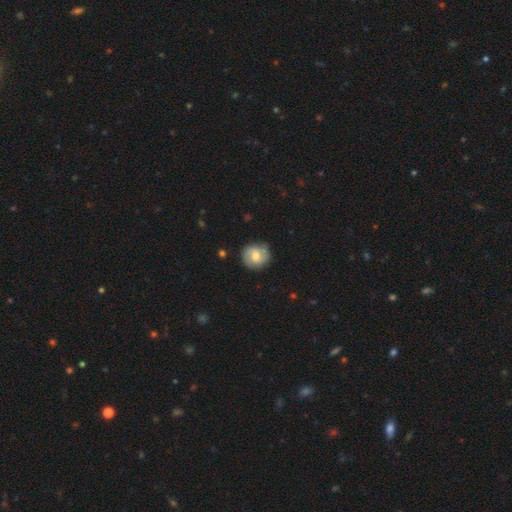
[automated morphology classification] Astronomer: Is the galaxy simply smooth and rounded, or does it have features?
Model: smooth — 48% (runner-up: featured or disk, 45%).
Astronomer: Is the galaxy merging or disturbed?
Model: none — 81%.